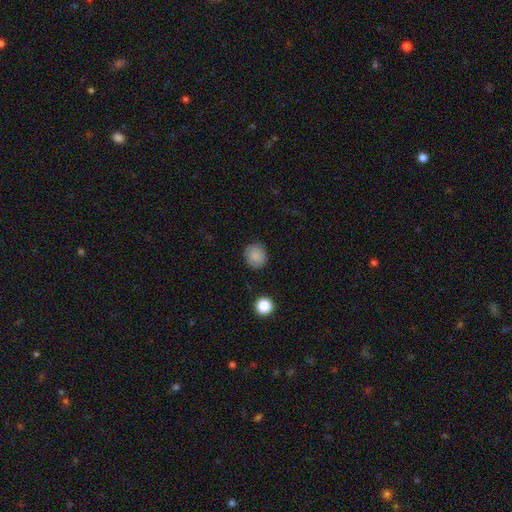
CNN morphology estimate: smooth 86%, star or artifact 9%, featured or disk 5%. Down the decision tree: how rounded — round (85%); merging — none (87%).